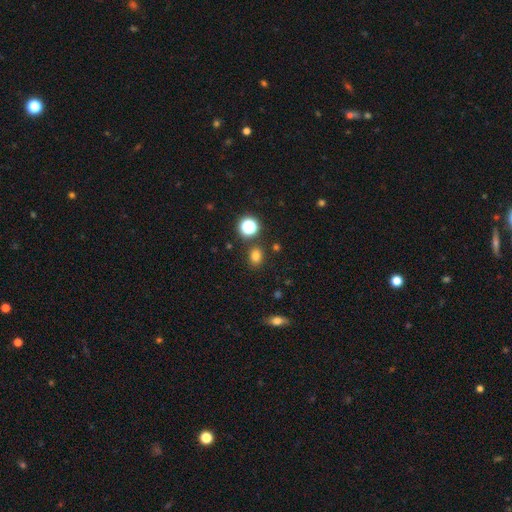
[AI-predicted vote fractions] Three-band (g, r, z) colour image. It shows a smooth galaxy with no disk features (77%) that is in between round and cigar-shaped (50%). Merging: none (84%).